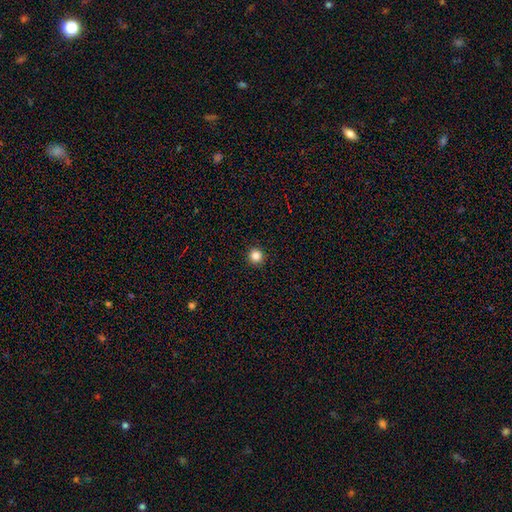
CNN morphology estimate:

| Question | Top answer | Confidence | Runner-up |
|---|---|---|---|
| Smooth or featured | smooth | 85% | star or artifact (12%) |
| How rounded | round | 96% | in between (3%) |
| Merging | none | 93% | minor disturbance (4%) |